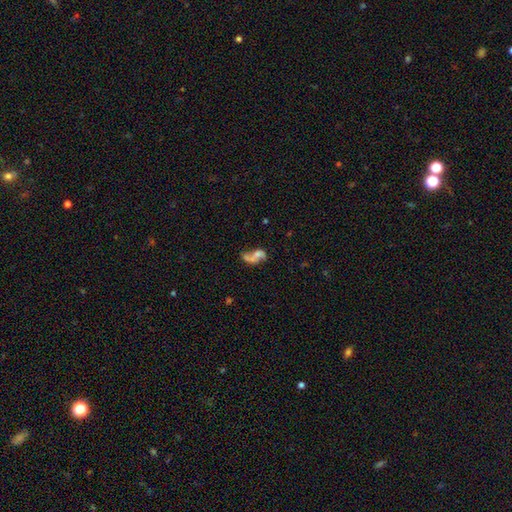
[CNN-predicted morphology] type=featured or disk (48%); merging=merger (42%).